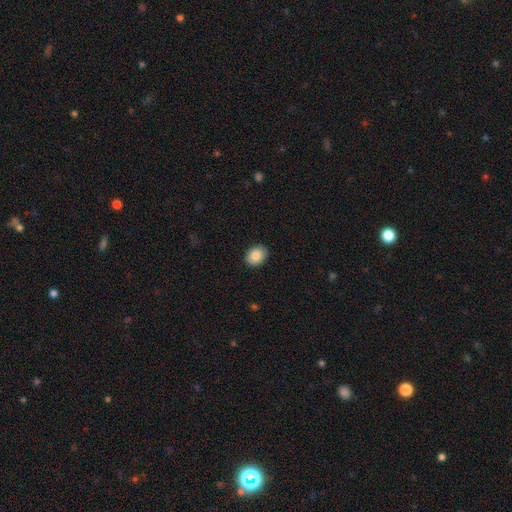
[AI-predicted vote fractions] Smooth or featured?
  - smooth: 88% *
  - star or artifact: 7%
  - featured or disk: 5%
How rounded?
  - in between: 57% *
  - round: 42%
  - cigar-shaped: 1%
Merging?
  - none: 90% *
  - minor disturbance: 7%
  - major disturbance: 2%
  - merger: 1%